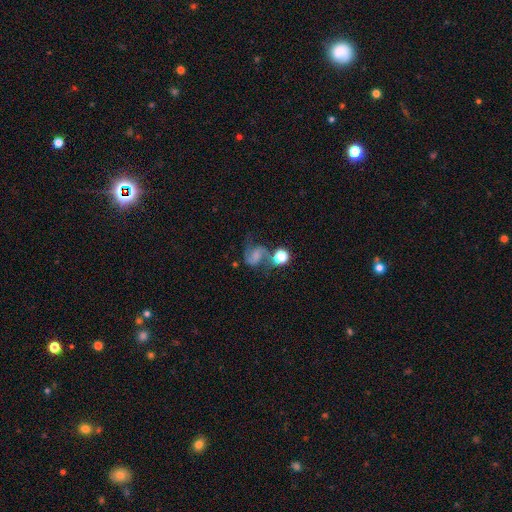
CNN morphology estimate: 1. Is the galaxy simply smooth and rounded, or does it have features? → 67% featured or disk, 20% smooth, 13% star or artifact.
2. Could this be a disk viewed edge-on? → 98% no, 2% yes.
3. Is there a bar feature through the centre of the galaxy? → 47% no, 39% weak, 14% strong.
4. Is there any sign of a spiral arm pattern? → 93% yes, 7% no.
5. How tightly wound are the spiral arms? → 48% loose, 42% medium, 10% tight.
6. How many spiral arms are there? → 88% 2, 5% 1, 4% can't tell, 1% 3, 1% 4, 1% more than 4.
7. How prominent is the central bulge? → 37% none, 35% small, 19% moderate, 6% large, 2% dominant.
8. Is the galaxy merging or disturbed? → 46% none, 19% minor disturbance, 19% merger, 17% major disturbance.